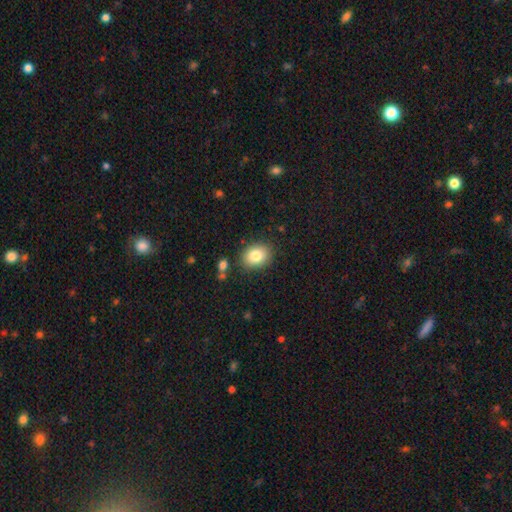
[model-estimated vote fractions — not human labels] smooth 83%, star or artifact 9%, featured or disk 8%. Down the decision tree: how rounded — in between (57%); merging — none (85%).